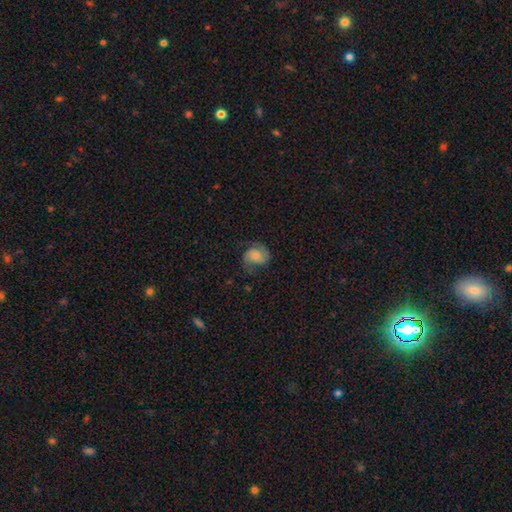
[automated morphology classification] Smooth or featured? Predicted: featured or disk (p=0.57). Edge-on disk? Predicted: no (p=0.98). Bar? Predicted: no (p=0.69). Spiral arms? Predicted: yes (p=0.92). Spiral winding? Predicted: medium (p=0.47). Spiral arm count? Predicted: 2 (p=0.80). Bulge size? Predicted: small (p=0.34). Merging? Predicted: none (p=0.62).